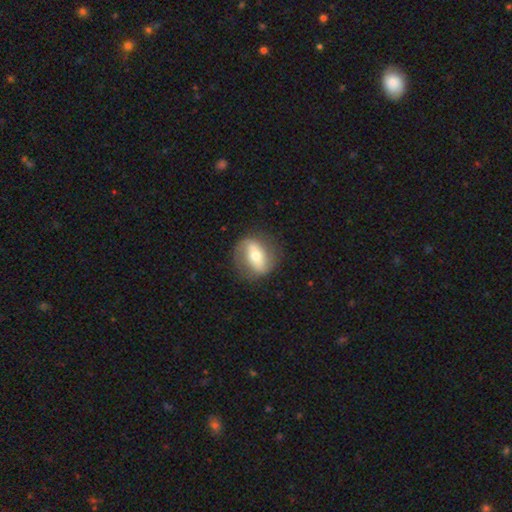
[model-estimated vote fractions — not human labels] A featured or disk galaxy (62%) with a strong bar (57%), spiral arms (58%) and a moderate central bulge (65%). Merging: none (80%).